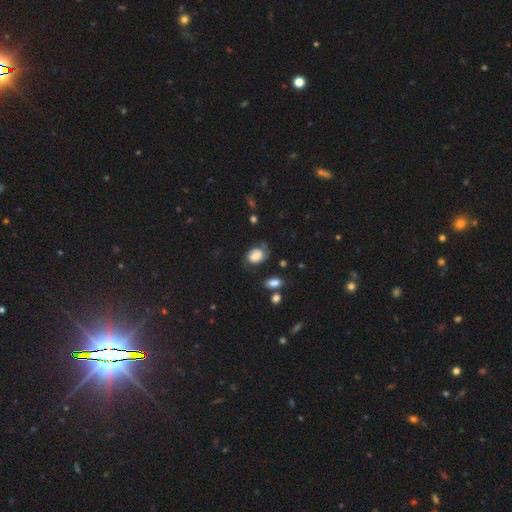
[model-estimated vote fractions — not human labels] This is possibly a smooth galaxy (51%). How rounded: likely in between (65%). Merging: possibly none (48%).